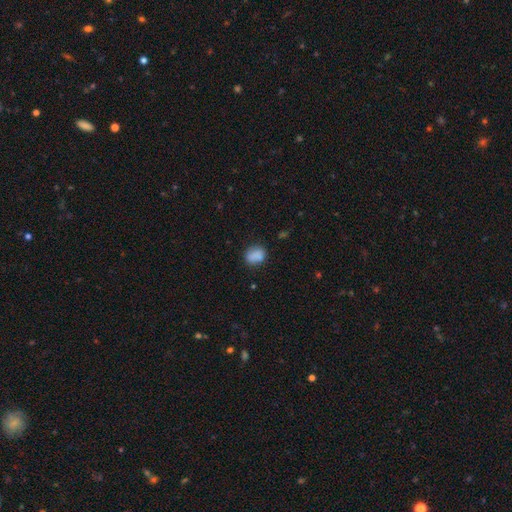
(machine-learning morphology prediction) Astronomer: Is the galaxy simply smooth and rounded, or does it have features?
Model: smooth — 83%.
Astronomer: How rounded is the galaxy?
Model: in between — 61% (runner-up: round, 37%).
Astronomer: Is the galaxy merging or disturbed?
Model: none — 68%.